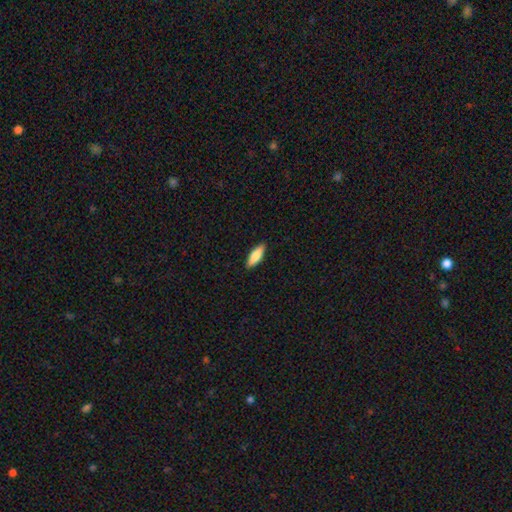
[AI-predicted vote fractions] smooth-or-featured: smooth: 79% | featured or disk: 16% | star or artifact: 6%
  how-rounded: in between: 58% | cigar-shaped: 39% | round: 2%
  merging: none: 90% | minor disturbance: 7% | major disturbance: 2% | merger: 1%